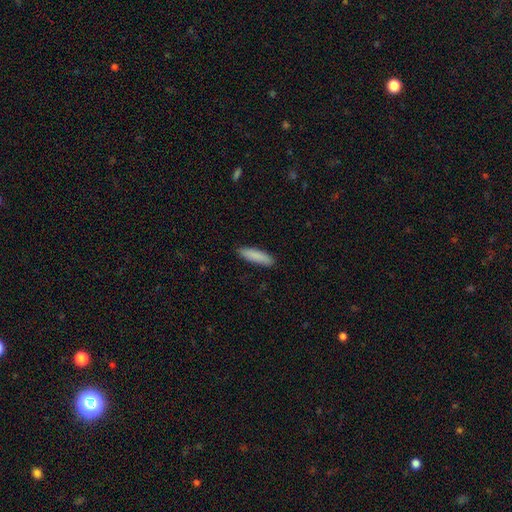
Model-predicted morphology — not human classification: Smooth or featured? Predicted: smooth (p=0.87). How rounded? Predicted: cigar-shaped (p=0.73). Merging? Predicted: none (p=0.89).